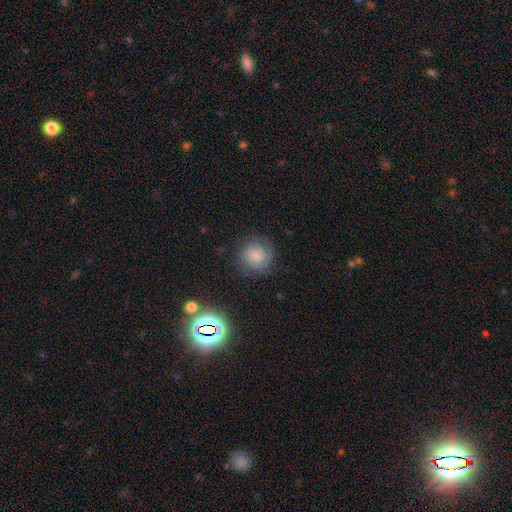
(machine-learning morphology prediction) The model was most divided on "smooth or featured": smooth: 77%, featured or disk: 12%, star or artifact: 11%. More confident: how rounded — round (93%); merging — none (81%).